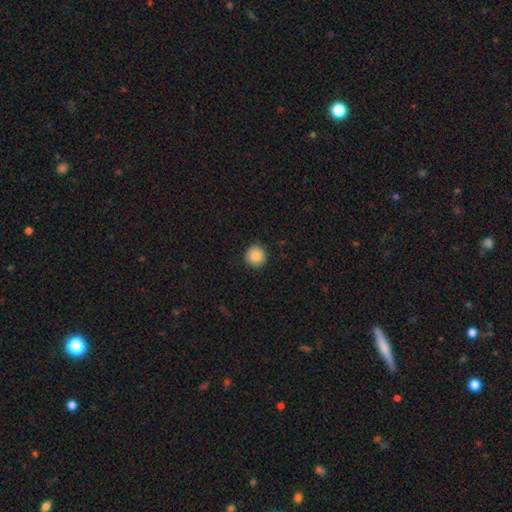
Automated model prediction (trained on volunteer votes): smooth 87%, star or artifact 9%, featured or disk 4%. Down the decision tree: how rounded — round (94%); merging — none (90%).